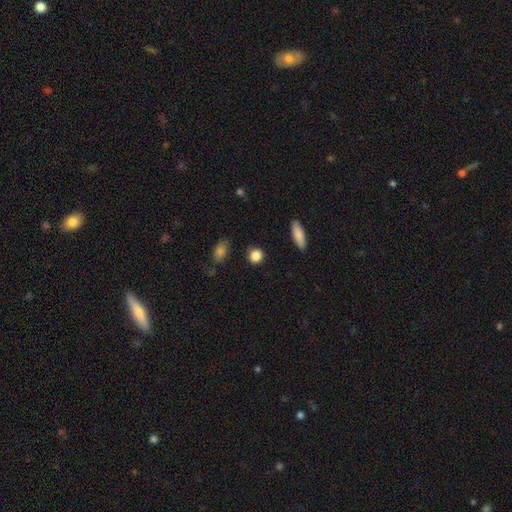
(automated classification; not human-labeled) smooth-or-featured: smooth: 86% | star or artifact: 10% | featured or disk: 5%
  how-rounded: round: 83% | in between: 15% | cigar-shaped: 2%
  merging: none: 84% | minor disturbance: 11% | major disturbance: 3% | merger: 2%